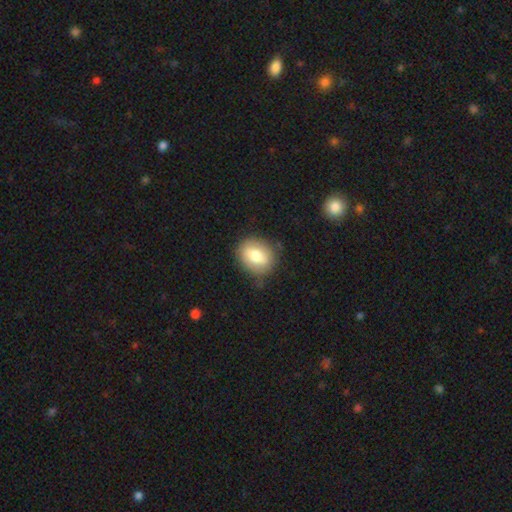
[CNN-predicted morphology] The model was most divided on "how rounded": round: 57%, in between: 42%, cigar-shaped: 1%. More confident: merging — none (78%); smooth or featured — smooth (72%).